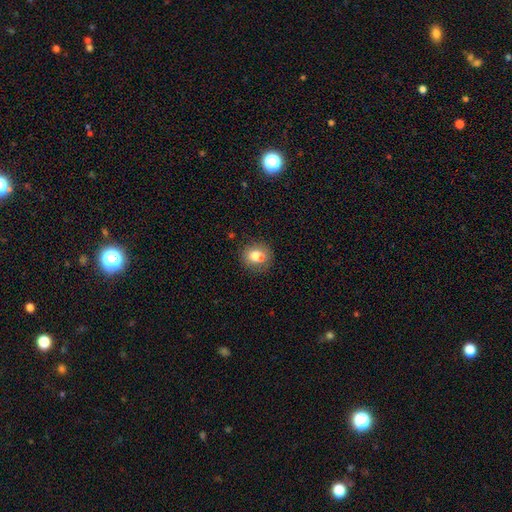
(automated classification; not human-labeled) Smooth or featured?
  - smooth: 76% *
  - featured or disk: 14%
  - star or artifact: 10%
How rounded?
  - round: 66% *
  - in between: 33%
  - cigar-shaped: 1%
Merging?
  - none: 67% *
  - minor disturbance: 16%
  - merger: 13%
  - major disturbance: 5%